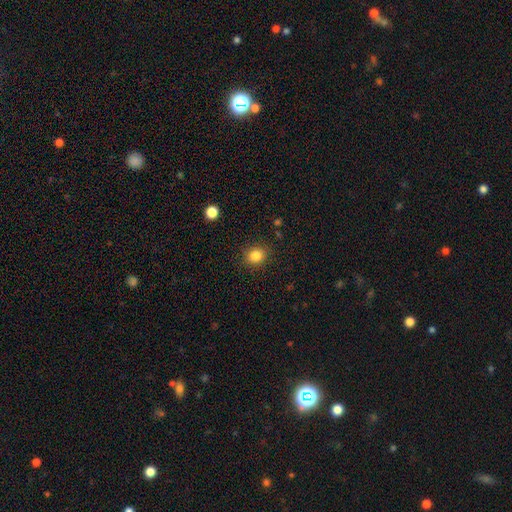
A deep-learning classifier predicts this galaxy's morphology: Overall: smooth (84%). How rounded: round (69%; in between 30%). Merging: none (88%).